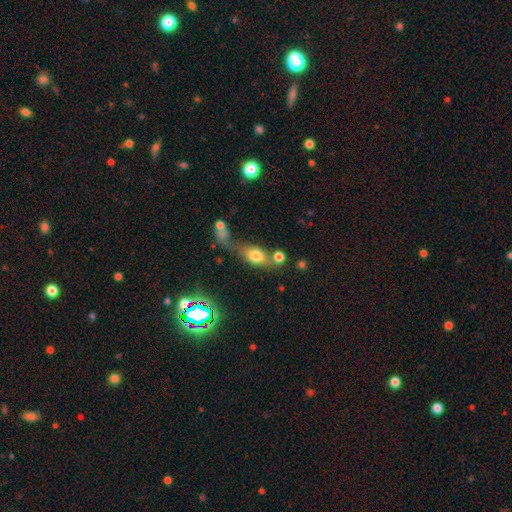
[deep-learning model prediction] Smooth or featured? smooth (70%)
How rounded? in between (71%)
Merging? none (37%)